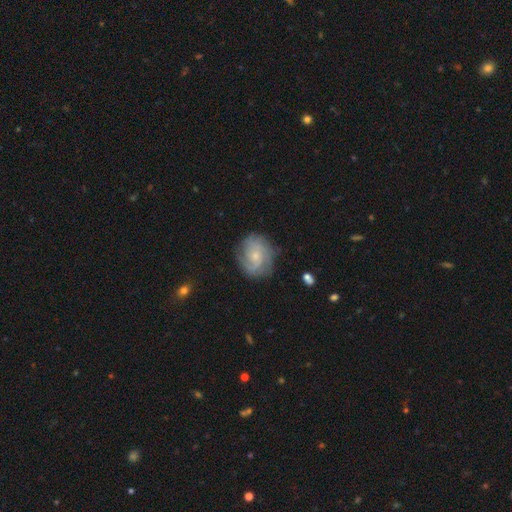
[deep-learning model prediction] A featured or disk galaxy (69%) with no bar (70%), 2 (41%) tight (46%) spiral arms (91%) and a small central bulge (65%). Merging: none (72%).